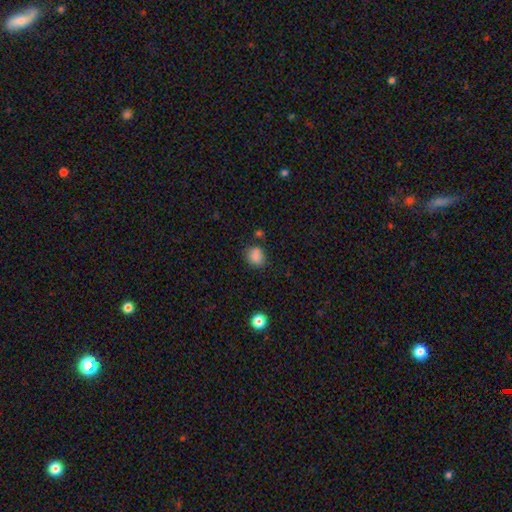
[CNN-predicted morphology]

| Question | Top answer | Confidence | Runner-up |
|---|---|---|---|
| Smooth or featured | smooth | 85% | star or artifact (11%) |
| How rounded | round | 53% | in between (46%) |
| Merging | none | 71% | minor disturbance (19%) |